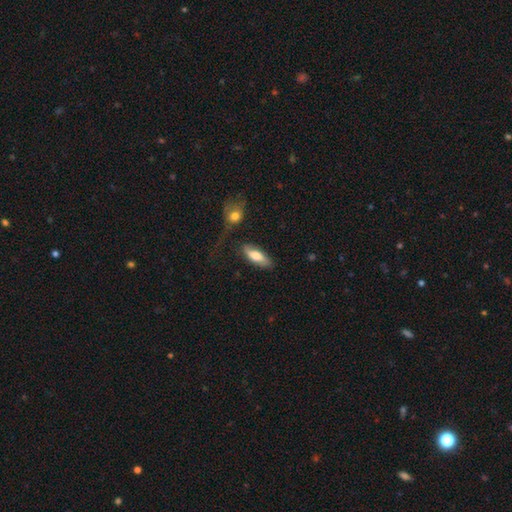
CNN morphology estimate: smooth-or-featured: smooth: 72% | featured or disk: 22% | star or artifact: 6%
  how-rounded: in between: 69% | cigar-shaped: 29% | round: 2%
  merging: none: 70% | minor disturbance: 19% | major disturbance: 6% | merger: 6%